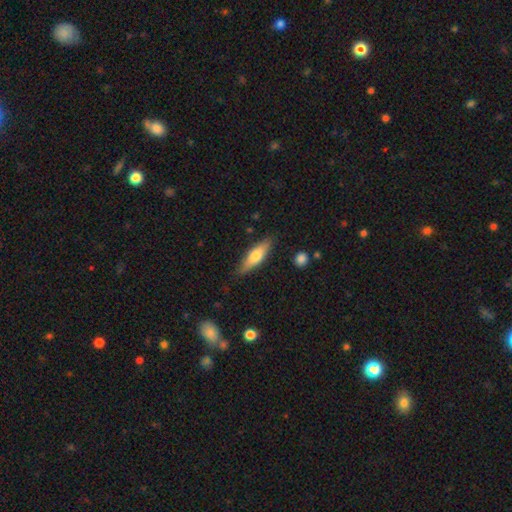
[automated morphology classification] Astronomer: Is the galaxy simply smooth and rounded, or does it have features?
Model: smooth — 60%.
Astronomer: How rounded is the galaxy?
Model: cigar-shaped — 61% (runner-up: in between, 37%).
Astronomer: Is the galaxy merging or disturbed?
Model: none — 83%.